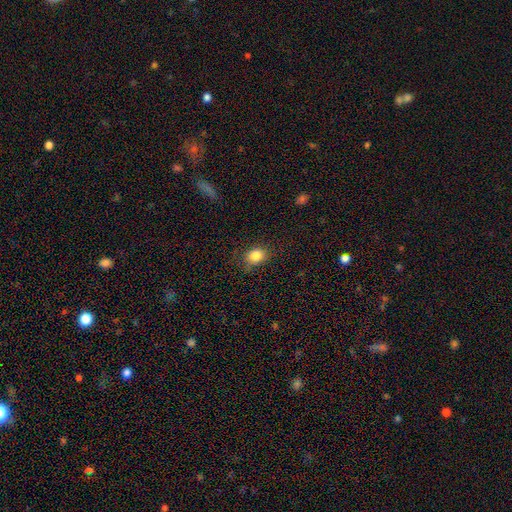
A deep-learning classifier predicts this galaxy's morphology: smooth 84%, star or artifact 10%, featured or disk 6%. Down the decision tree: how rounded — in between (54%); merging — none (81%).